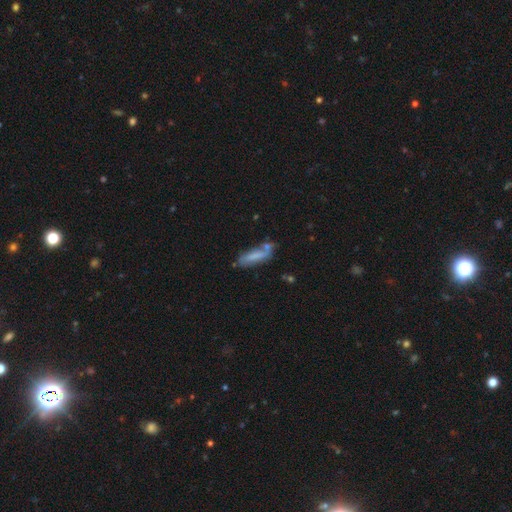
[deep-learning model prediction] Smooth or featured: smooth — 71% (featured or disk — 22%)
How rounded: cigar-shaped — 59% (in between — 40%)
Merging: none — 56% (minor disturbance — 24%)